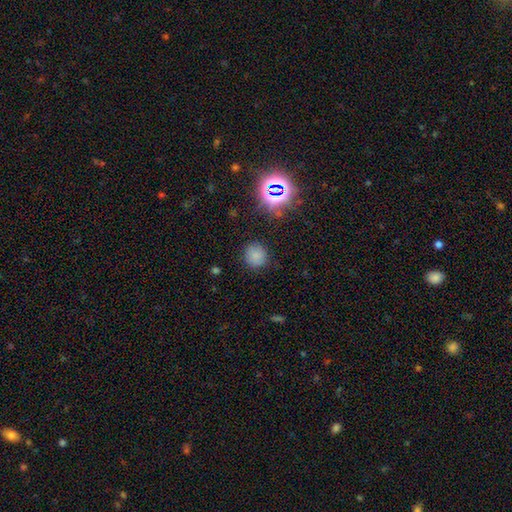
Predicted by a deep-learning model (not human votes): smooth_or_featured: smooth (p=0.75) [alt: star or artifact p=0.18]
how_rounded: round (p=0.86) [alt: in between p=0.13]
merging: none (p=0.84) [alt: minor disturbance p=0.10]